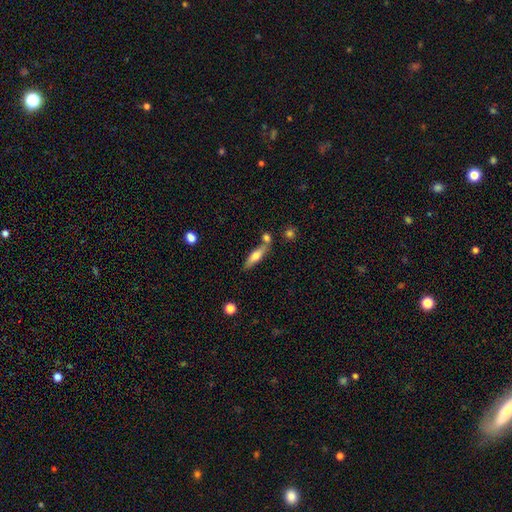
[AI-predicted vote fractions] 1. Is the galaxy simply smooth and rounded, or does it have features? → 60% smooth, 33% featured or disk, 7% star or artifact.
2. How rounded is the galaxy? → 65% cigar-shaped, 33% in between, 2% round.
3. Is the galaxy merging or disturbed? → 65% none, 18% merger, 13% minor disturbance, 4% major disturbance.